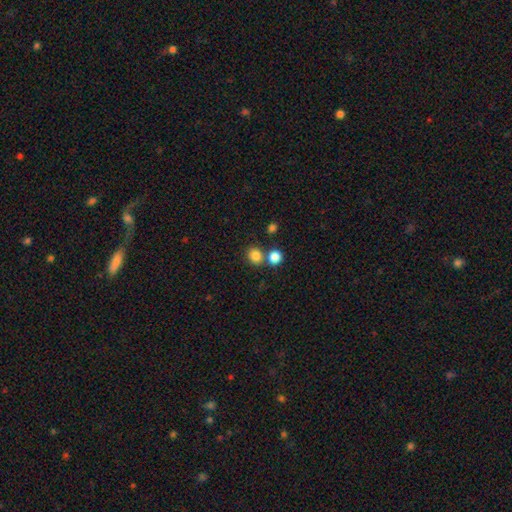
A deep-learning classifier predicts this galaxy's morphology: smooth_or_featured: smooth (p=0.82) [alt: star or artifact p=0.12]
how_rounded: round (p=0.83) [alt: in between p=0.16]
merging: none (p=0.67) [alt: merger p=0.23]